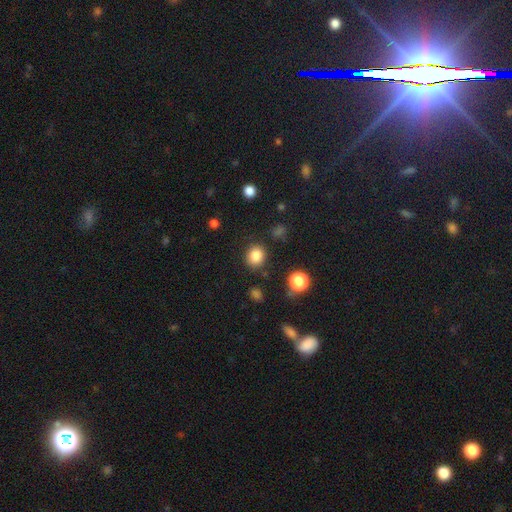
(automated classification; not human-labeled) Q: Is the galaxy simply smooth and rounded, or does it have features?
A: smooth — 84%.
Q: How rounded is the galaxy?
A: round — 78%.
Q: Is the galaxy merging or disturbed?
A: none — 84%.